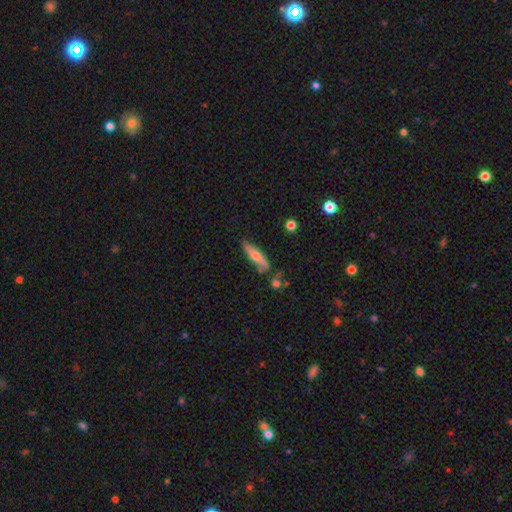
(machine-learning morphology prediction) This is likely a smooth galaxy (63%). How rounded: likely cigar-shaped (63%). Merging: likely none (66%).